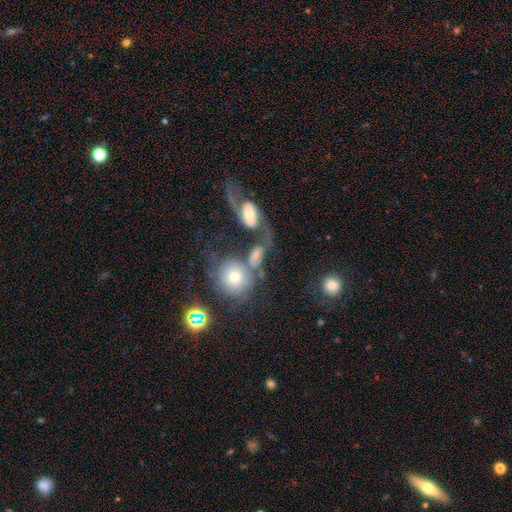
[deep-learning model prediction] Overall: smooth (46%; featured or disk 43%). Merging: merger (48%; none 24%).